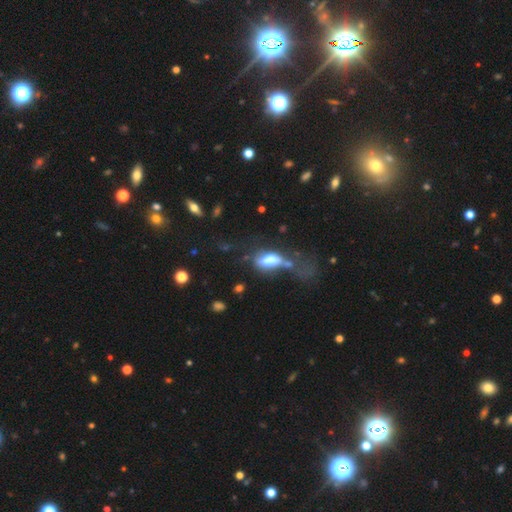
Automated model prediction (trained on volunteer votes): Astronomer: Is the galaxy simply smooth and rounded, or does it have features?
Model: star or artifact — 43% (runner-up: smooth, 29%).